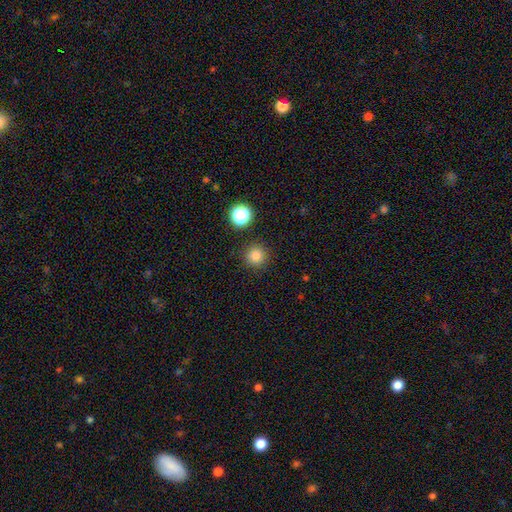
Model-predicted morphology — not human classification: Overall: smooth (82%). How rounded: round (95%). Merging: none (90%).